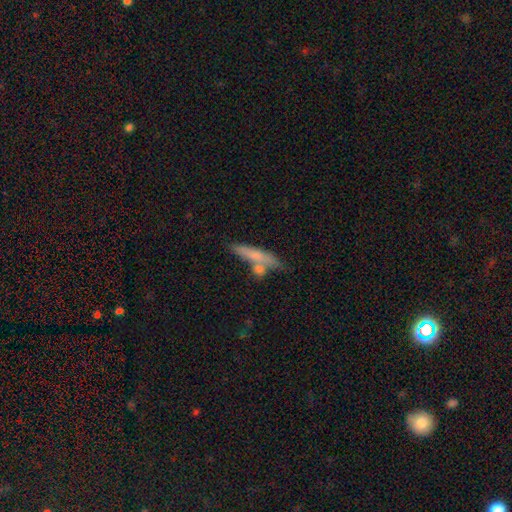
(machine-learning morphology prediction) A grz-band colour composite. It shows a smooth galaxy with no disk features (63%) that is cigar-shaped (85%). Merging: none (58%).